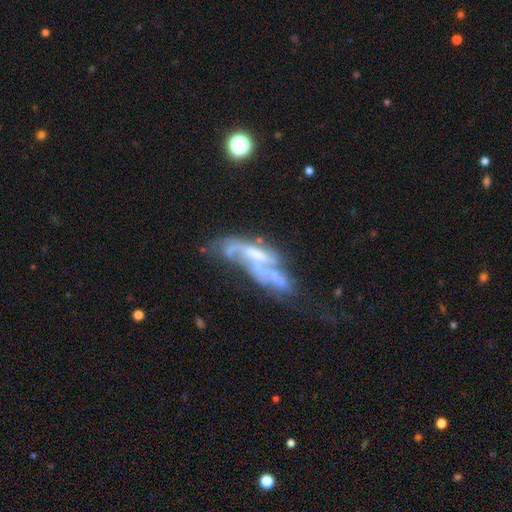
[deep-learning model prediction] smooth_or_featured: featured or disk (p=0.69) [alt: smooth p=0.20]
disk_edge_on: no (p=0.81) [alt: yes p=0.19]
bar: no (p=0.58) [alt: weak p=0.26]
has_spiral_arms: no (p=0.54) [alt: yes p=0.46]
bulge_size: none (p=0.42) [alt: small p=0.27]
merging: major disturbance (p=0.31) [alt: none p=0.28]